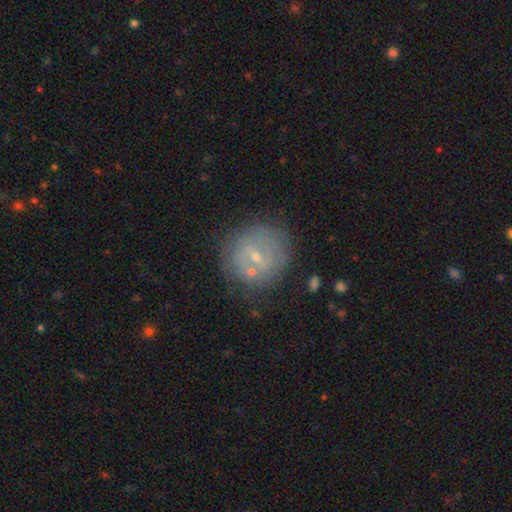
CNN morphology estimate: Smooth or featured: featured or disk — 55% (smooth — 34%)
Edge-on disk: no — 96% (yes — 4%)
Bar: weak — 50% (no — 32%)
Spiral arms: yes — 52% (no — 48%)
Bulge size: small — 73% (moderate — 22%)
Merging: none — 71% (minor disturbance — 14%)